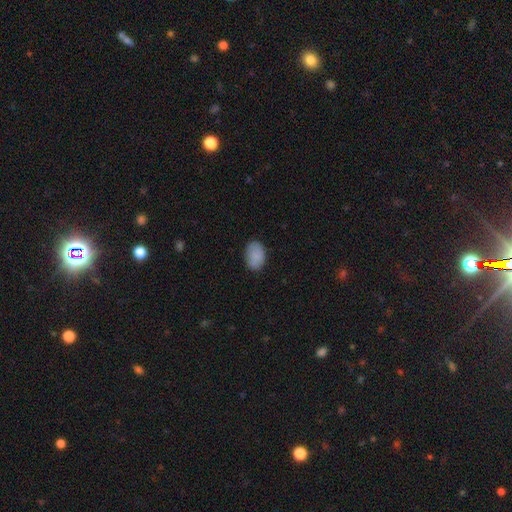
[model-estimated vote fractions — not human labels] This is clearly a smooth galaxy (88%). How rounded: clearly in between (84%). Merging: clearly none (82%).